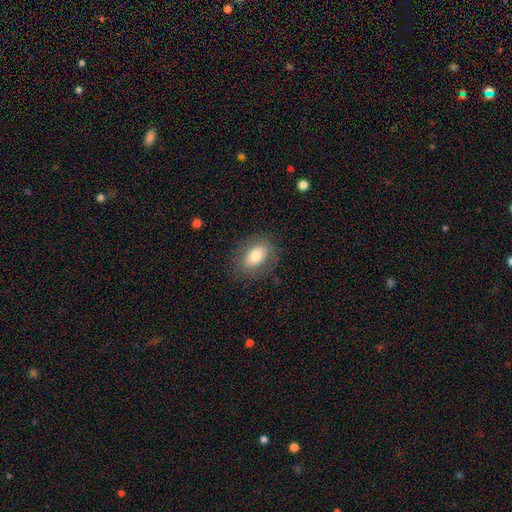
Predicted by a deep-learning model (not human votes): Smooth or featured? smooth (78%)
How rounded? in between (84%)
Merging? none (82%)